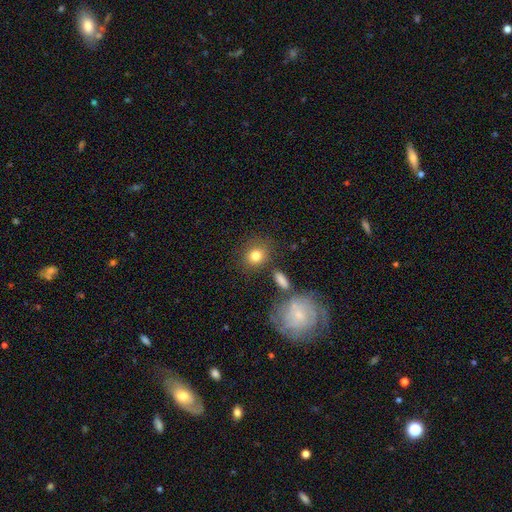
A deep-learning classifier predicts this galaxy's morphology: Smooth or featured? Predicted: smooth (p=0.80). How rounded? Predicted: round (p=0.69). Merging? Predicted: none (p=0.75).